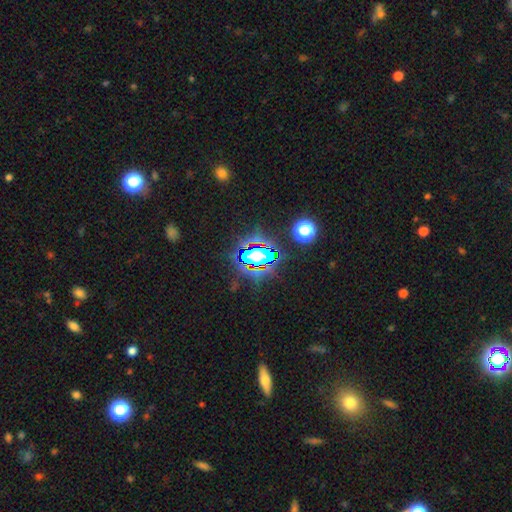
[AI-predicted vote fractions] Smooth or featured? star or artifact (64%)